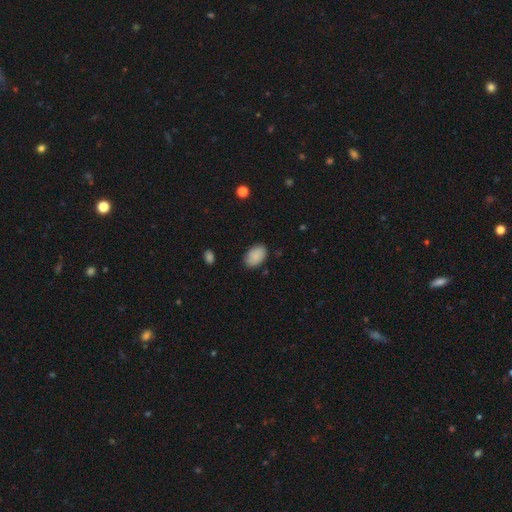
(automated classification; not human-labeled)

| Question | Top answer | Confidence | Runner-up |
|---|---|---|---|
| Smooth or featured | smooth | 87% | star or artifact (7%) |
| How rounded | in between | 89% | round (10%) |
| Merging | none | 82% | minor disturbance (14%) |